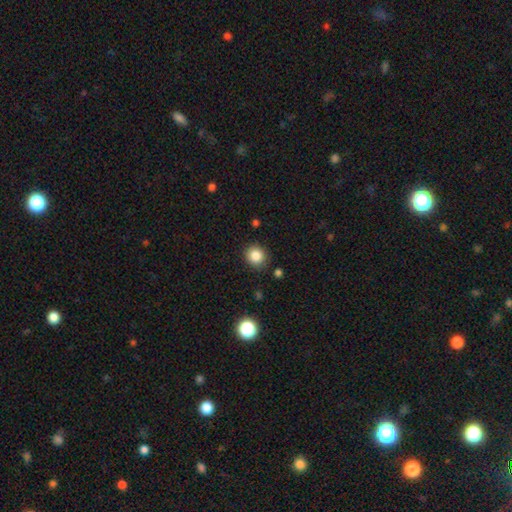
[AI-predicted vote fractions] Smooth or featured?
  - smooth: 84% *
  - star or artifact: 11%
  - featured or disk: 5%
How rounded?
  - round: 86% *
  - in between: 13%
  - cigar-shaped: 1%
Merging?
  - none: 86% *
  - minor disturbance: 9%
  - major disturbance: 2%
  - merger: 2%